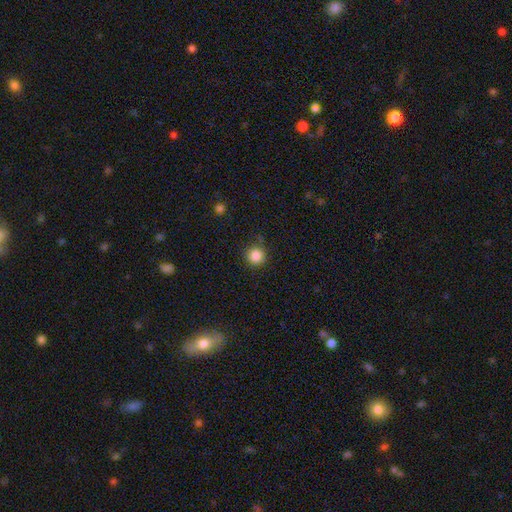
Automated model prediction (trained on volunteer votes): The model was most divided on "smooth or featured": smooth: 86%, star or artifact: 11%, featured or disk: 3%. More confident: how rounded — round (95%); merging — none (87%).